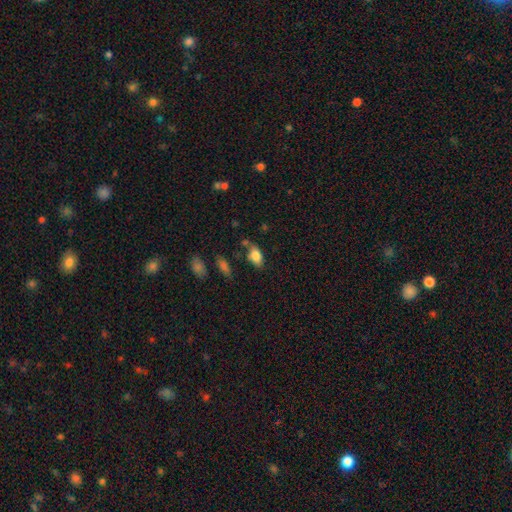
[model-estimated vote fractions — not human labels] Smooth or featured? smooth (82%)
How rounded? in between (90%)
Merging? none (64%)